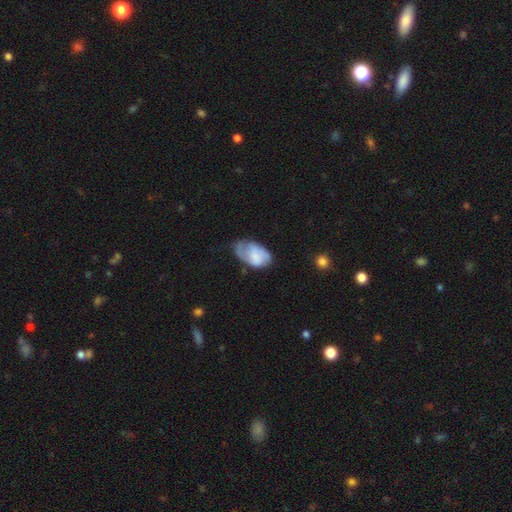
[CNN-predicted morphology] Smooth or featured? Predicted: smooth (p=0.52). How rounded? Predicted: in between (p=0.91). Merging? Predicted: minor disturbance (p=0.38).